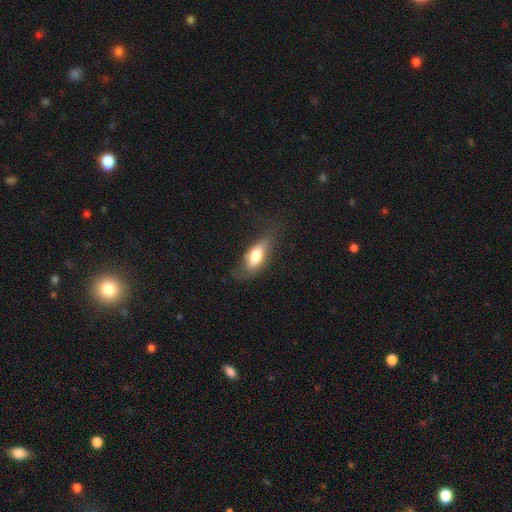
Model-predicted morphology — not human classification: Smooth or featured? Predicted: smooth (p=0.68). How rounded? Predicted: in between (p=0.78). Merging? Predicted: none (p=0.49).